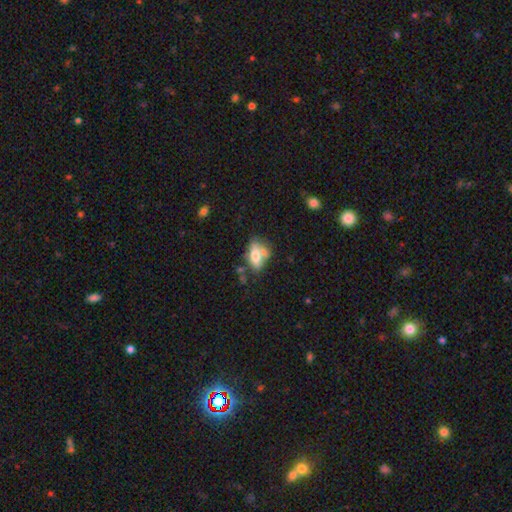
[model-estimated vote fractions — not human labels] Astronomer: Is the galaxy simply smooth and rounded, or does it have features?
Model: smooth — 64%.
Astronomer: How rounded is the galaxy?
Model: in between — 86%.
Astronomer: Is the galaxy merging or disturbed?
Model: none — 37% (runner-up: merger, 31%).